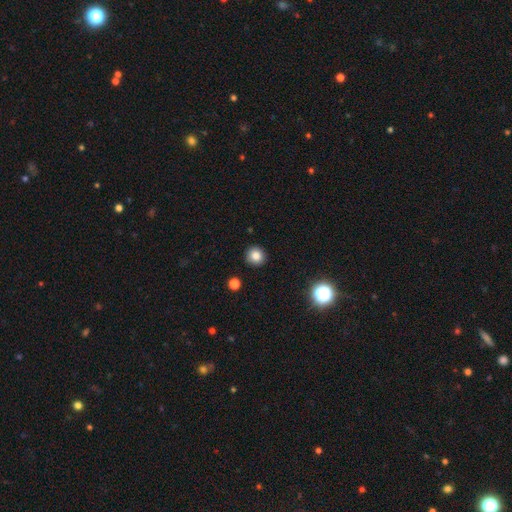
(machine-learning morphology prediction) smooth-or-featured: smooth: 82% | star or artifact: 12% | featured or disk: 6%
  how-rounded: round: 92% | in between: 7% | cigar-shaped: 1%
  merging: none: 91% | minor disturbance: 6% | major disturbance: 2% | merger: 1%